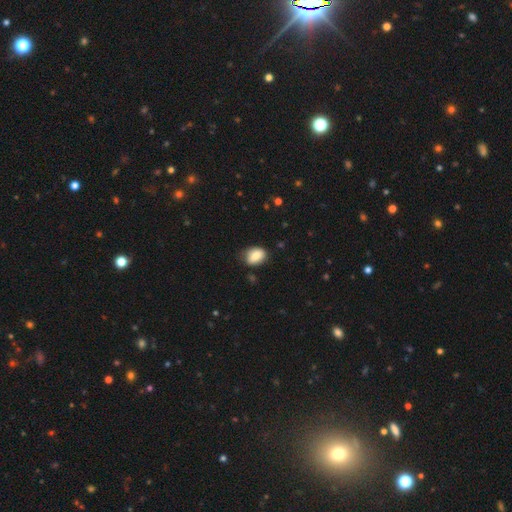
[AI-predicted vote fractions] Overall: smooth (82%). How rounded: in between (74%). Merging: none (66%; minor disturbance 27%).